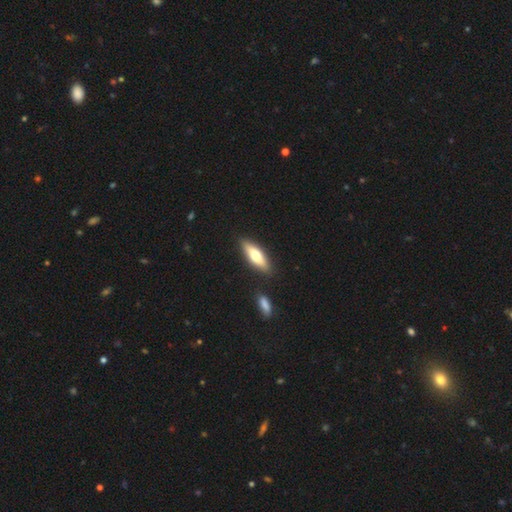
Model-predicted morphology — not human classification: Smooth or featured? Predicted: smooth (p=0.61). How rounded? Predicted: cigar-shaped (p=0.52). Merging? Predicted: none (p=0.83).